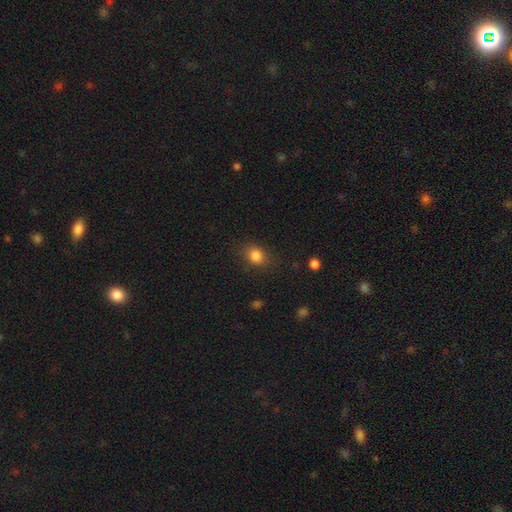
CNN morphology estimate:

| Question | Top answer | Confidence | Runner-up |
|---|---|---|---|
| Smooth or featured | smooth | 84% | star or artifact (11%) |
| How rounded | round | 54% | in between (45%) |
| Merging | none | 81% | minor disturbance (13%) |